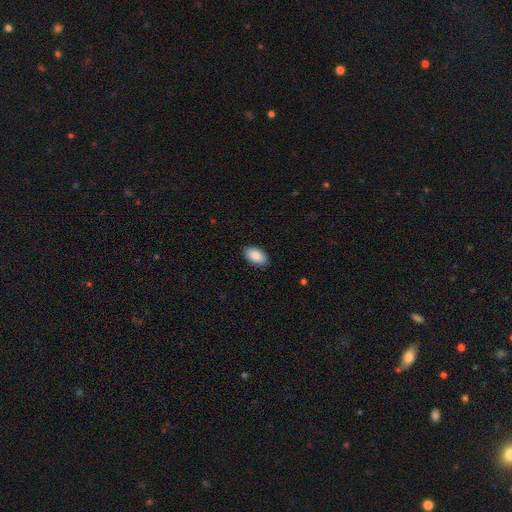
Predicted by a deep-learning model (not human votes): smooth 86%, featured or disk 8%, star or artifact 6%. Down the decision tree: how rounded — in between (94%); merging — none (89%).